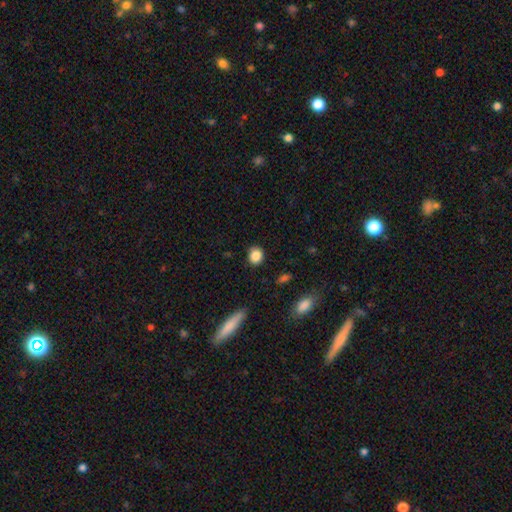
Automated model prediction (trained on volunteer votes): This is clearly a smooth galaxy (86%). How rounded: likely round (75%). Merging: clearly none (86%).